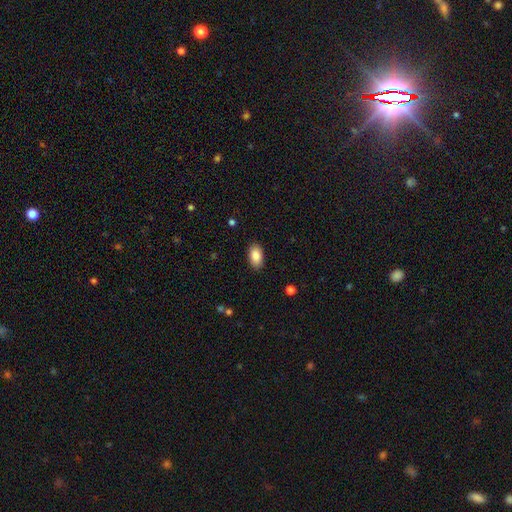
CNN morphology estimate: Smooth or featured? Predicted: smooth (p=0.86). How rounded? Predicted: in between (p=0.94). Merging? Predicted: none (p=0.89).